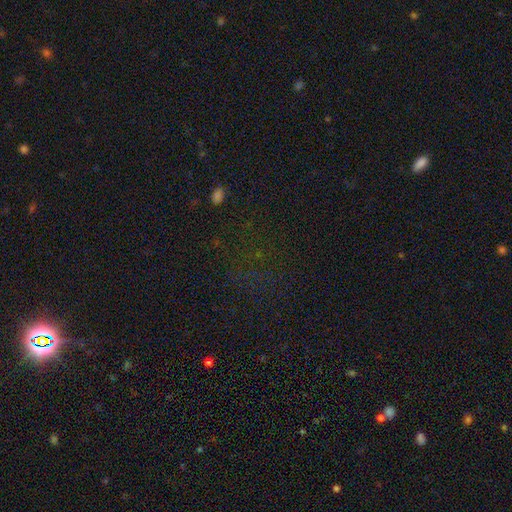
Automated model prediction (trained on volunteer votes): This appears to be a star or artifact, not a galaxy (67%).